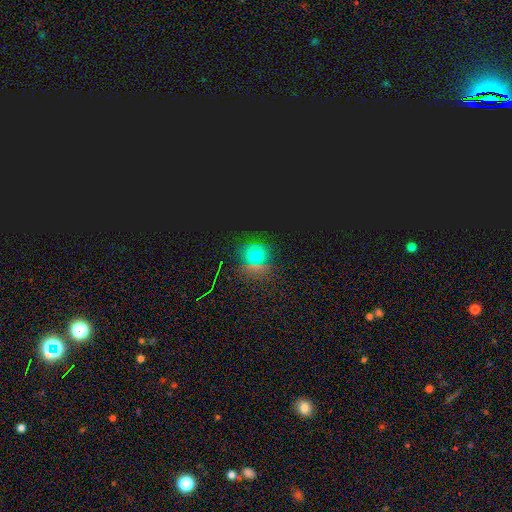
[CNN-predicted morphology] This is possibly a smooth galaxy (51%). How rounded: clearly round (82%). Merging: likely none (78%).